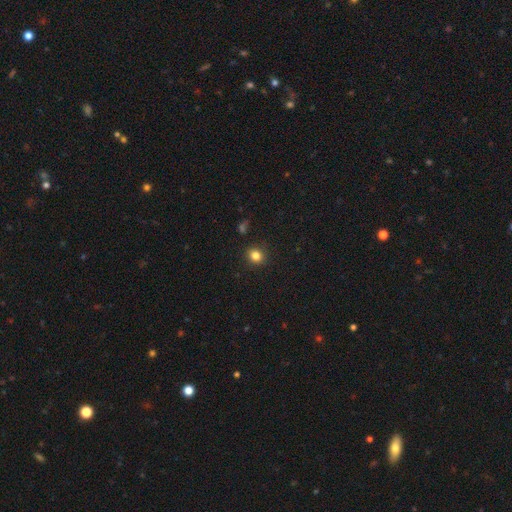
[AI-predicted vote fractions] Smooth or featured? smooth (82%)
How rounded? round (78%)
Merging? none (89%)